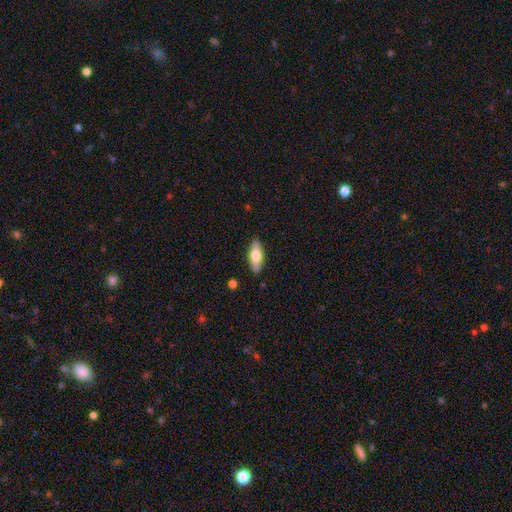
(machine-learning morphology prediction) type=smooth (59%); roundness=in between (68%); merging=none (88%).